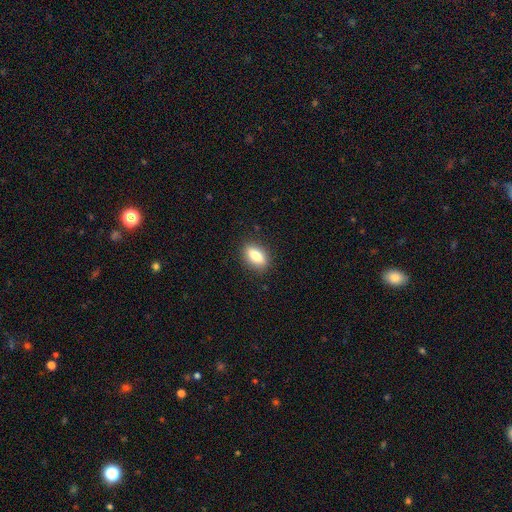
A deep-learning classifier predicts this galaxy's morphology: A smooth galaxy with no disk features (80%) that is in between round and cigar-shaped (82%). Merging: none (87%).